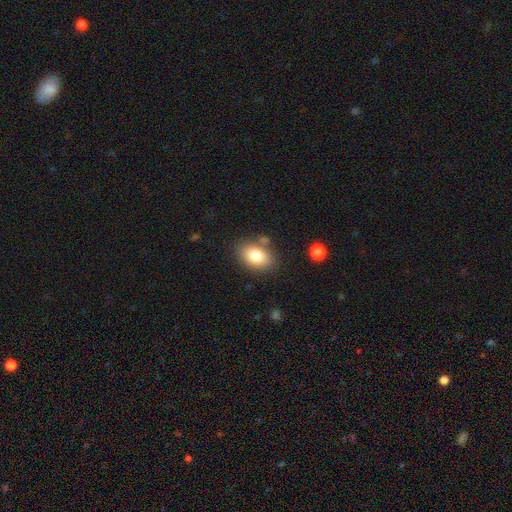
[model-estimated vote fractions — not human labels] This appears to be a smooth galaxy with no disk features (82%) that is in between round and cigar-shaped (86%). Merging: none (77%).